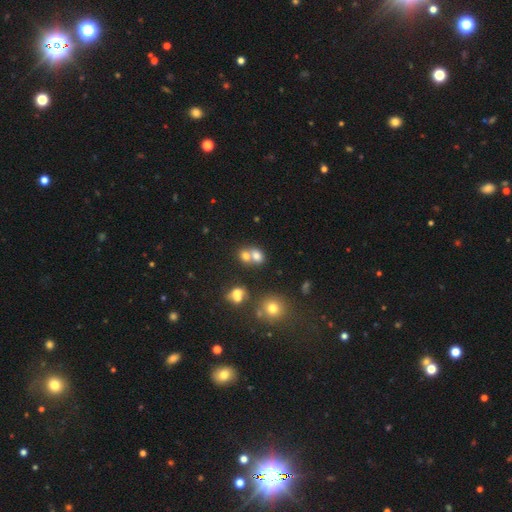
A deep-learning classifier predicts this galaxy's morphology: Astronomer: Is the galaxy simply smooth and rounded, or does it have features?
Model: smooth — 71%.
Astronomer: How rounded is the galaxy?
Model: round — 50% (runner-up: in between, 49%).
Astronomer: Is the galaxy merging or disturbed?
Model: merger — 56% (runner-up: none, 32%).